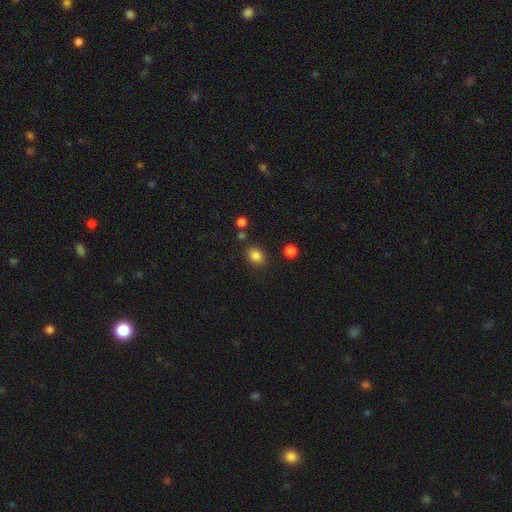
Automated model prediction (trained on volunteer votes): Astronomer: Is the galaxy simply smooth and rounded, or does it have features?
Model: smooth — 84%.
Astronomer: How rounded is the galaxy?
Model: in between — 53% (runner-up: round, 46%).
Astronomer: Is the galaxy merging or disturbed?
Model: none — 81%.